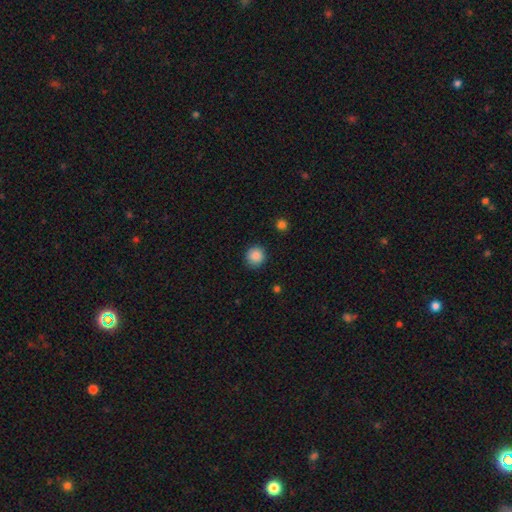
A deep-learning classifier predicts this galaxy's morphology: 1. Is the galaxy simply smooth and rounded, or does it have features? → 87% smooth, 10% star or artifact, 3% featured or disk.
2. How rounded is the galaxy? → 93% round, 6% in between, 1% cigar-shaped.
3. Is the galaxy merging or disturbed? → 89% none, 7% minor disturbance, 2% major disturbance, 1% merger.